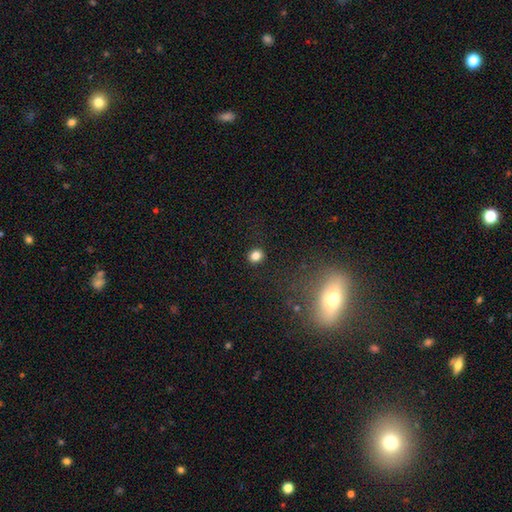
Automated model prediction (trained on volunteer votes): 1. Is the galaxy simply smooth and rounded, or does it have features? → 82% smooth, 12% star or artifact, 6% featured or disk.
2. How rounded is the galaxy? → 74% round, 25% in between, 1% cigar-shaped.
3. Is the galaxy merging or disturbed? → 89% none, 7% minor disturbance, 2% major disturbance, 2% merger.